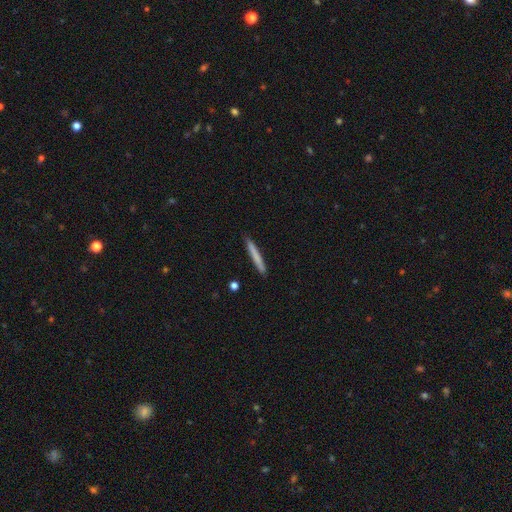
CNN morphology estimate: Smooth or featured: smooth — 72% (featured or disk — 22%)
How rounded: cigar-shaped — 97% (in between — 2%)
Merging: none — 91% (minor disturbance — 6%)